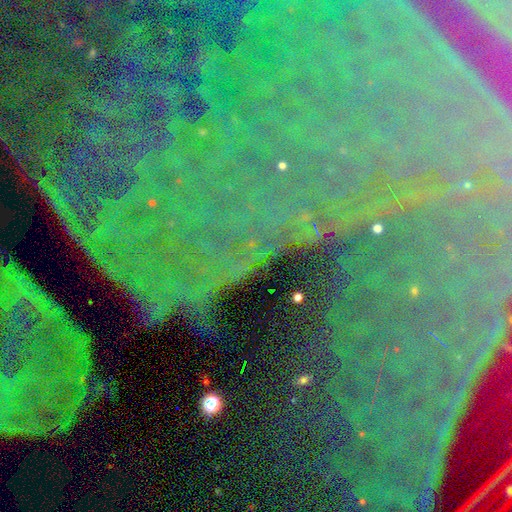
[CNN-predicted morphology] smooth_or_featured: star or artifact (p=0.83) [alt: featured or disk p=0.09]